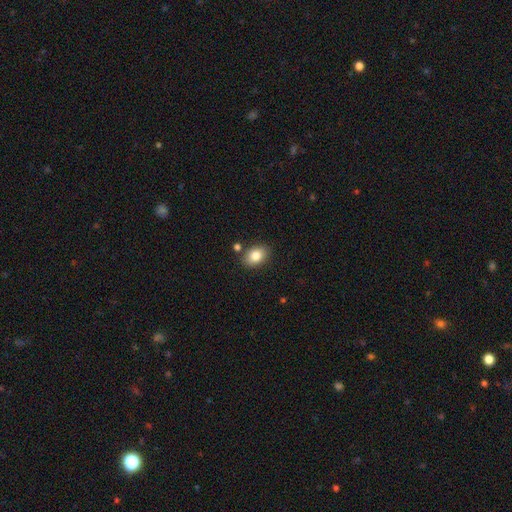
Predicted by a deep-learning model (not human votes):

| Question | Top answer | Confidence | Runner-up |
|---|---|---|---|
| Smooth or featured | smooth | 83% | featured or disk (9%) |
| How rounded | in between | 78% | round (20%) |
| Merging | none | 82% | minor disturbance (10%) |